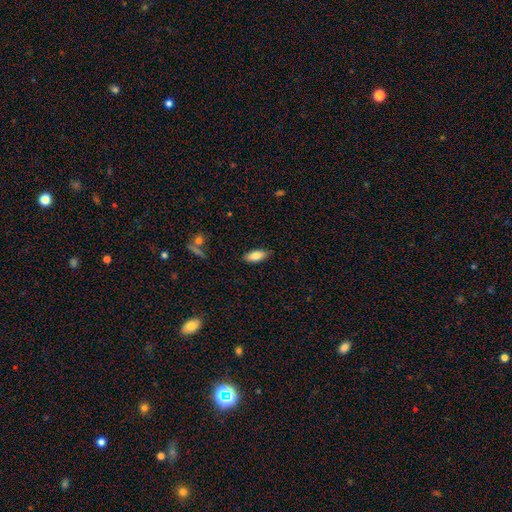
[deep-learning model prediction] smooth 81%, featured or disk 12%, star or artifact 7%. Down the decision tree: how rounded — in between (85%); merging — none (86%).